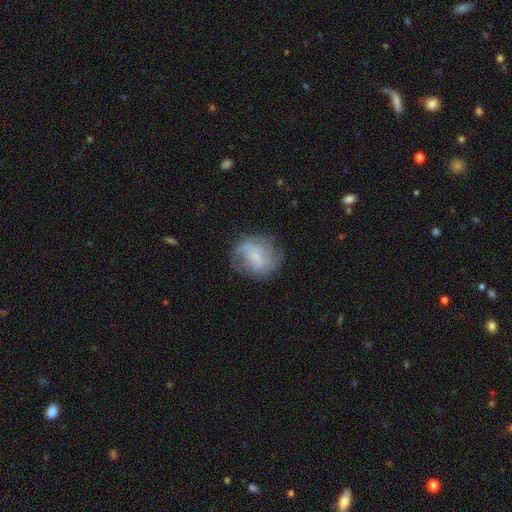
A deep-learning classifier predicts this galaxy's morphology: The model was most divided on "smooth or featured": featured or disk: 48%, smooth: 42%, star or artifact: 10%. More confident: merging — none (64%).